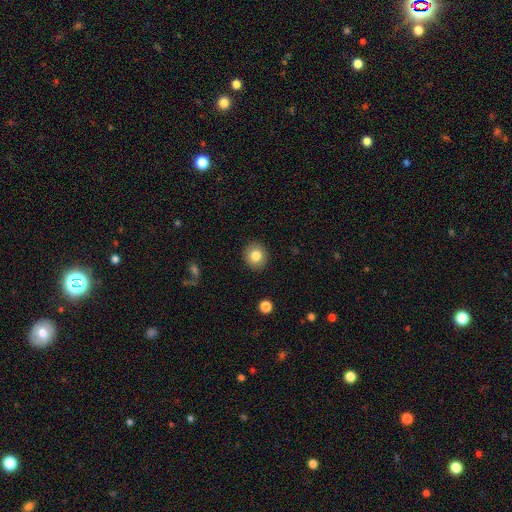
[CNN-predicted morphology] Overall: smooth (82%). How rounded: round (85%). Merging: none (91%).